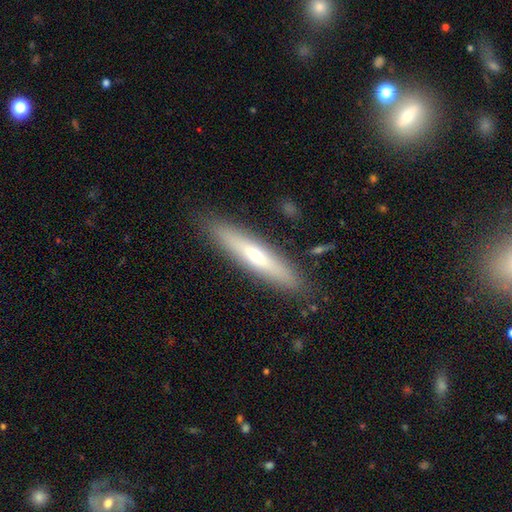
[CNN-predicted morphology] Smooth or featured? Predicted: smooth (p=0.51). How rounded? Predicted: cigar-shaped (p=0.88). Merging? Predicted: none (p=0.88).